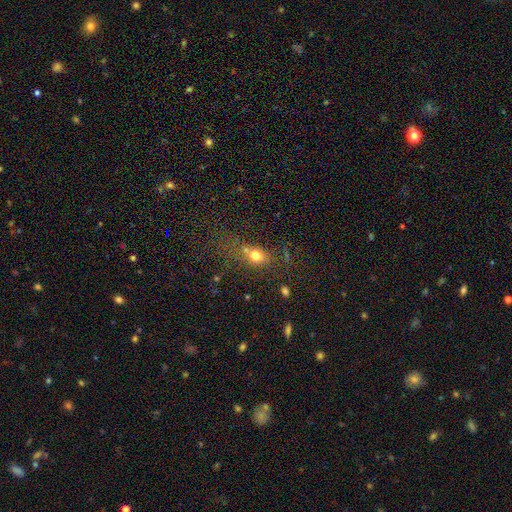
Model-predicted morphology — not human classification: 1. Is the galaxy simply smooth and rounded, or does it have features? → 71% smooth, 17% star or artifact, 12% featured or disk.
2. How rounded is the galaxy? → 56% in between, 39% round, 5% cigar-shaped.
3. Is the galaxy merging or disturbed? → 49% none, 19% minor disturbance, 18% merger, 14% major disturbance.